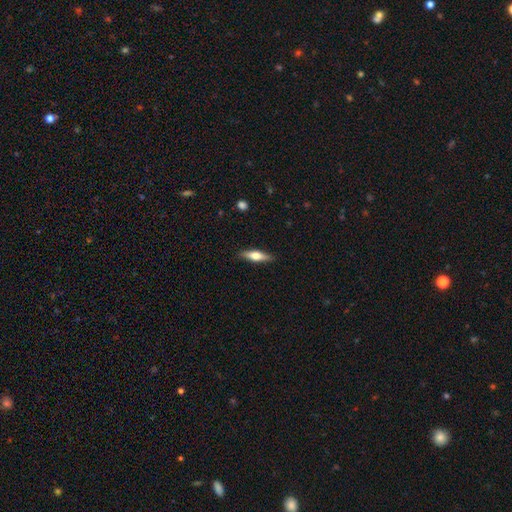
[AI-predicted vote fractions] This appears to be a smooth galaxy with no disk features (50%) that is cigar-shaped (63%). Merging: none (88%).